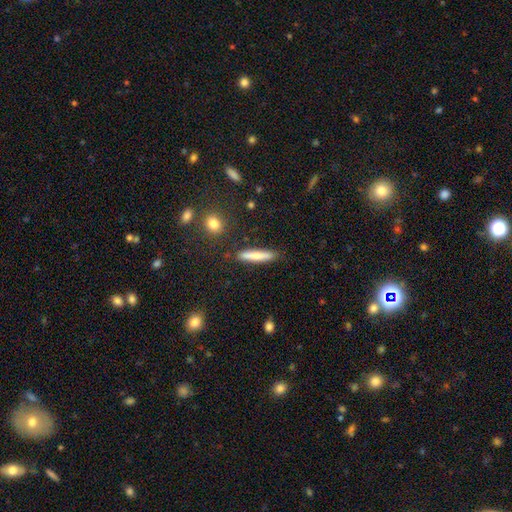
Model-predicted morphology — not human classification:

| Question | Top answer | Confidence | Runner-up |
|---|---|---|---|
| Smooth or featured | smooth | 74% | featured or disk (20%) |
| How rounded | cigar-shaped | 89% | in between (9%) |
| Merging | none | 87% | minor disturbance (9%) |